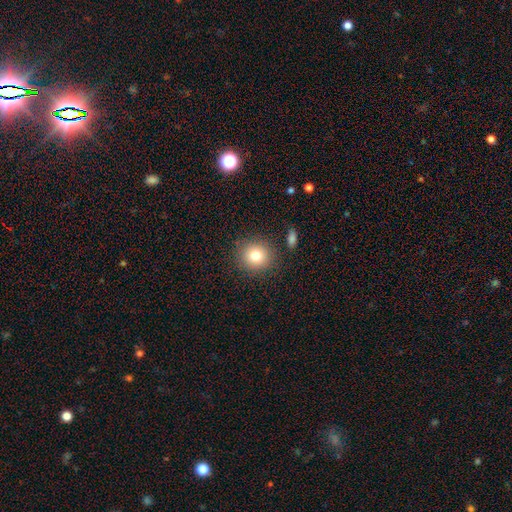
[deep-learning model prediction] smooth-or-featured: smooth: 80% | star or artifact: 11% | featured or disk: 9%
  how-rounded: round: 89% | in between: 10% | cigar-shaped: 1%
  merging: none: 86% | minor disturbance: 8% | merger: 3% | major disturbance: 3%